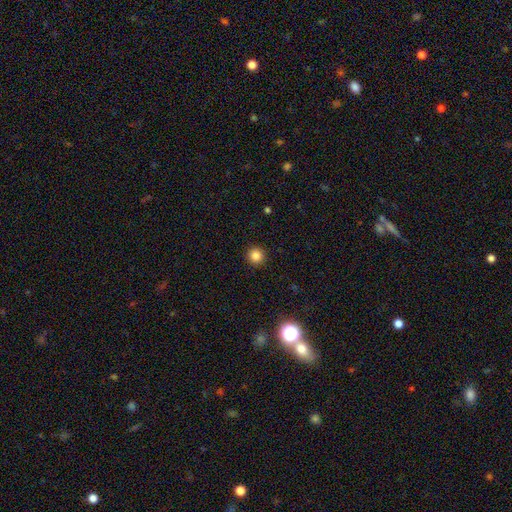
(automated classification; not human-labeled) This is clearly a smooth galaxy (83%). How rounded: clearly round (95%). Merging: clearly none (93%).